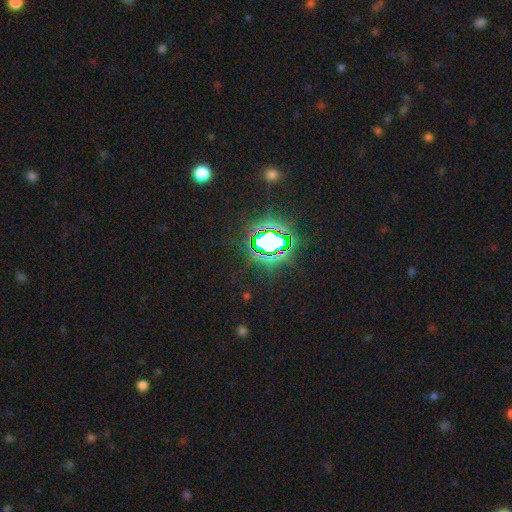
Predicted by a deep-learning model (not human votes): Overall: star or artifact (83%).